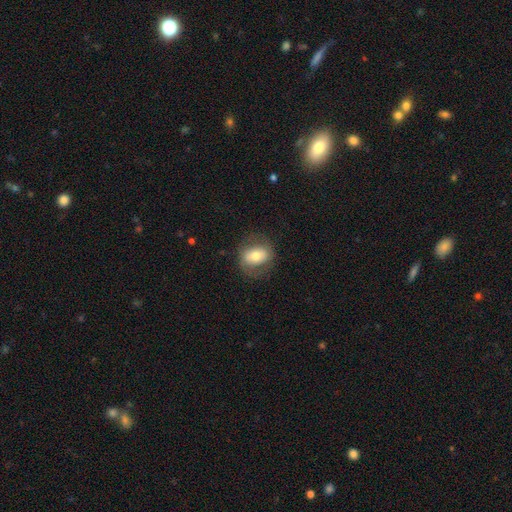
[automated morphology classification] Overall: smooth (60%; featured or disk 32%). How rounded: in between (59%; round 40%). Merging: none (73%).